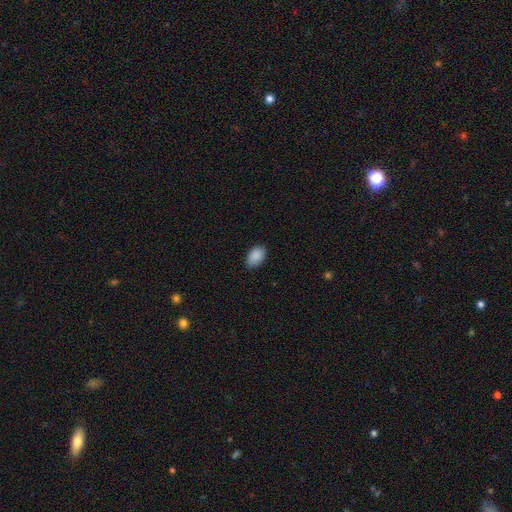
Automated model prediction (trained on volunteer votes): Q: Smooth or featured?
A: smooth (90%); runner-up: star or artifact (7%)
Q: How rounded?
A: in between (90%); runner-up: round (9%)
Q: Merging?
A: none (83%); runner-up: minor disturbance (13%)